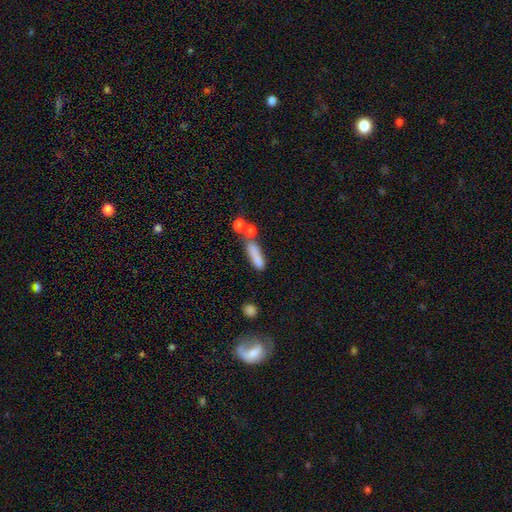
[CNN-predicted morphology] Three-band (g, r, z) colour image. It shows a smooth galaxy with no disk features (75%) that is cigar-shaped (60%). Merging: none (38%).